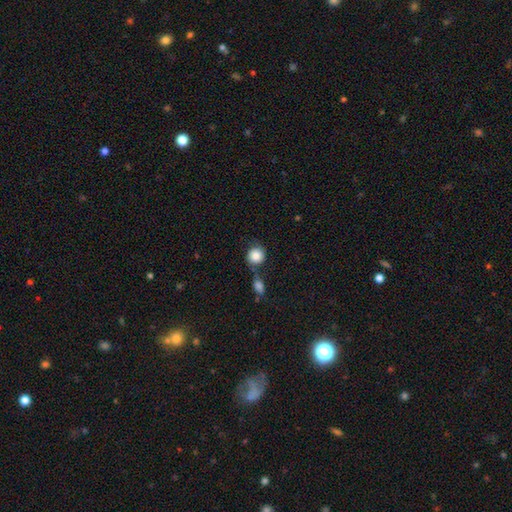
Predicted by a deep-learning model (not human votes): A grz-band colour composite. It shows a smooth galaxy with no disk features (84%) that is round (88%). Merging: none (57%).